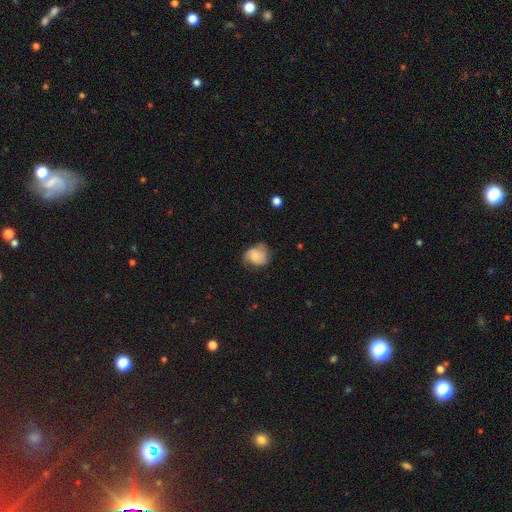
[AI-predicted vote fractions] smooth_or_featured: smooth (p=0.57) [alt: featured or disk p=0.35]
how_rounded: round (p=0.61) [alt: in between p=0.38]
merging: none (p=0.53) [alt: minor disturbance p=0.32]